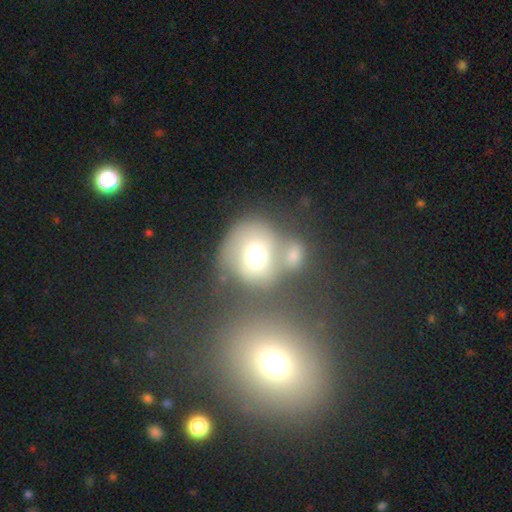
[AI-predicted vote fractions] A smooth galaxy with no disk features (54%) that is round (72%). Merging: none (42%).